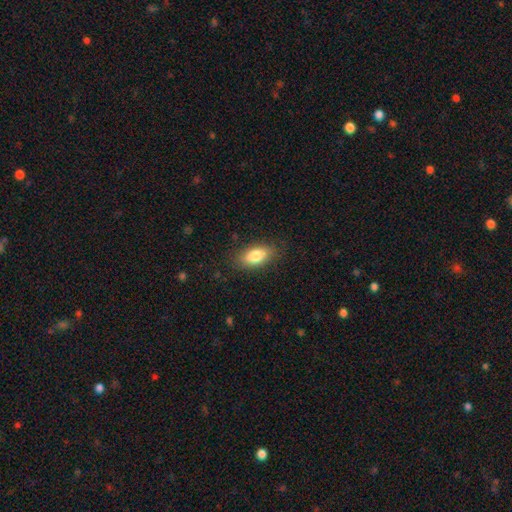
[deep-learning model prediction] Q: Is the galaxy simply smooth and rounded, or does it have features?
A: smooth — 82%.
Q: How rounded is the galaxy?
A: in between — 88%.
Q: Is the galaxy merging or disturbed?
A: none — 85%.